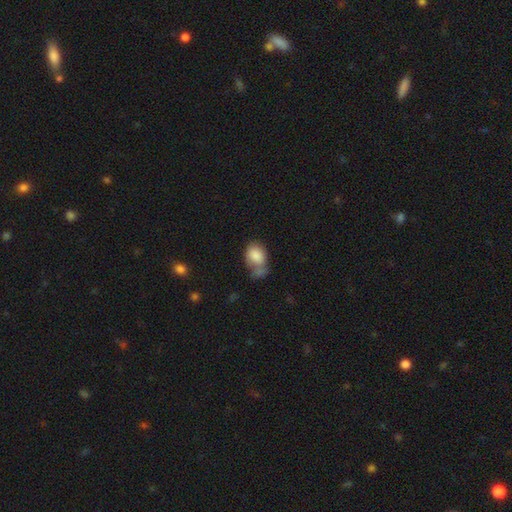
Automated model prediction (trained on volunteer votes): Morphology: type=smooth (83%); roundness=in between (73%); merging=merger (35%, tied with none).